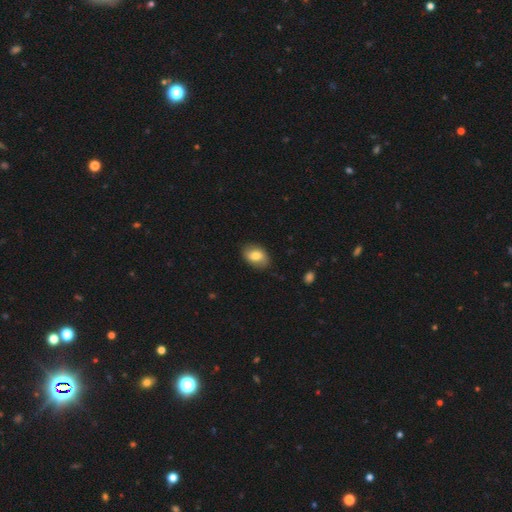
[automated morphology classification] A smooth galaxy with no disk features (75%) that is in between round and cigar-shaped (80%).

Vote fractions:
- Smooth or featured? smooth: 75% / featured or disk: 18% / star or artifact: 7%
- How rounded? in between: 80% / round: 19% / cigar-shaped: 1%
- Merging? none: 81% / minor disturbance: 15% / major disturbance: 3% / merger: 1%